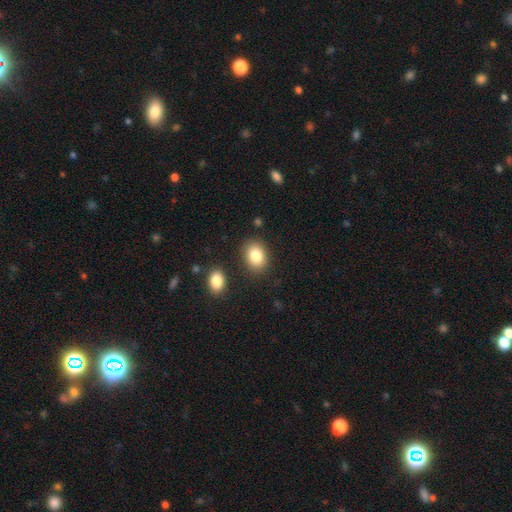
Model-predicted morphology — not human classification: A smooth galaxy with no disk features (85%) that is in between round and cigar-shaped (73%). Merging: none (84%).